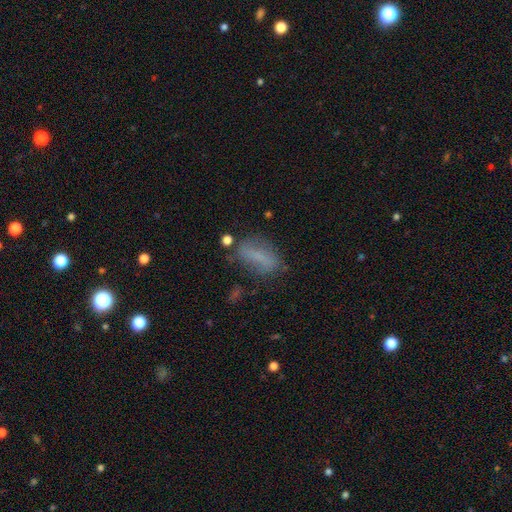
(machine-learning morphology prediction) Q: Smooth or featured?
A: smooth (62%); runner-up: featured or disk (26%)
Q: How rounded?
A: in between (66%); runner-up: cigar-shaped (29%)
Q: Merging?
A: none (63%); runner-up: minor disturbance (22%)